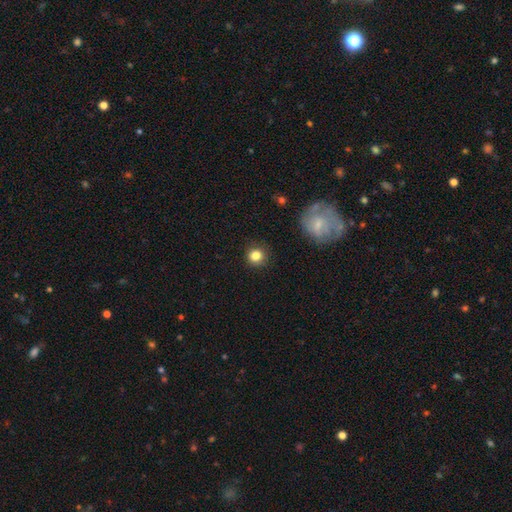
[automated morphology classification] smooth_or_featured: smooth (p=0.83) [alt: star or artifact p=0.12]
how_rounded: round (p=0.90) [alt: in between p=0.09]
merging: none (p=0.89) [alt: minor disturbance p=0.07]